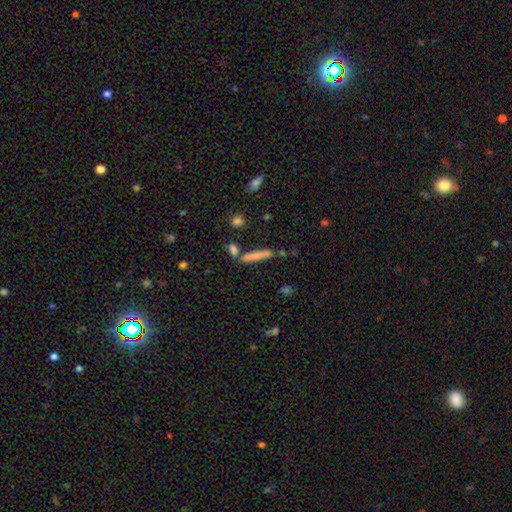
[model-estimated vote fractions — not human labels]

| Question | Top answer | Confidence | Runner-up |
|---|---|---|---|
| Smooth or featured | smooth | 68% | featured or disk (23%) |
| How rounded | cigar-shaped | 90% | in between (8%) |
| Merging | none | 71% | merger (13%) |